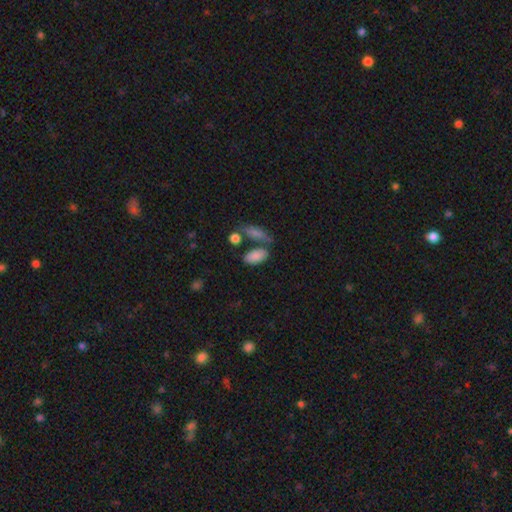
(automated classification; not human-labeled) A smooth galaxy with no disk features (84%) that is in between round and cigar-shaped (90%).

Vote fractions:
- Smooth or featured? smooth: 84% / star or artifact: 8% / featured or disk: 8%
- How rounded? in between: 90% / cigar-shaped: 6% / round: 4%
- Merging? none: 58% / merger: 21% / minor disturbance: 15% / major disturbance: 6%